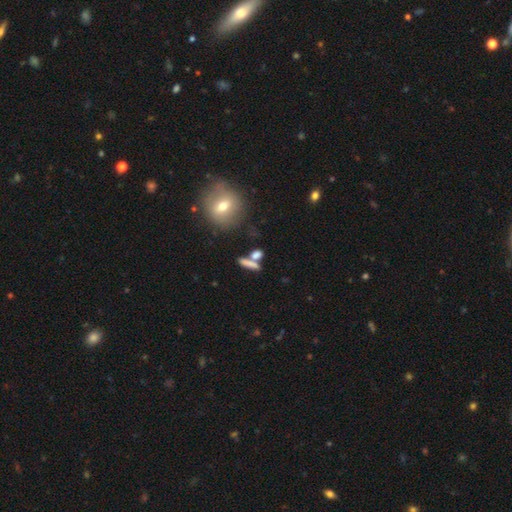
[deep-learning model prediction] Q: Smooth or featured?
A: smooth (71%); runner-up: featured or disk (17%)
Q: How rounded?
A: cigar-shaped (51%); runner-up: in between (28%)
Q: Merging?
A: none (59%); runner-up: merger (25%)